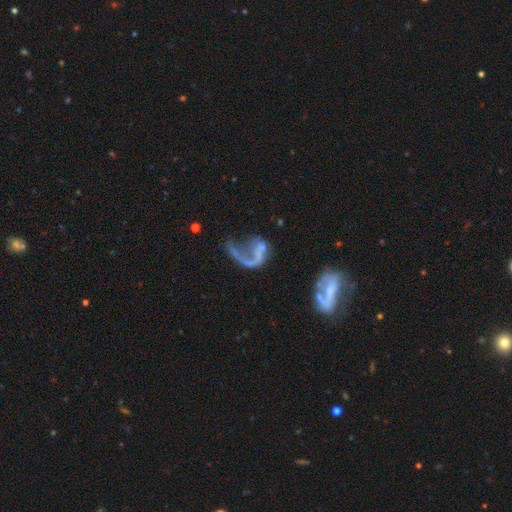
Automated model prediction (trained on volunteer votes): Q: Smooth or featured?
A: featured or disk (71%); runner-up: smooth (19%)
Q: Edge-on disk?
A: no (97%); runner-up: yes (3%)
Q: Bar?
A: no (68%); runner-up: weak (22%)
Q: Spiral arms?
A: yes (63%); runner-up: no (37%)
Q: Bulge size?
A: none (62%); runner-up: small (26%)
Q: Merging?
A: major disturbance (51%); runner-up: none (24%)